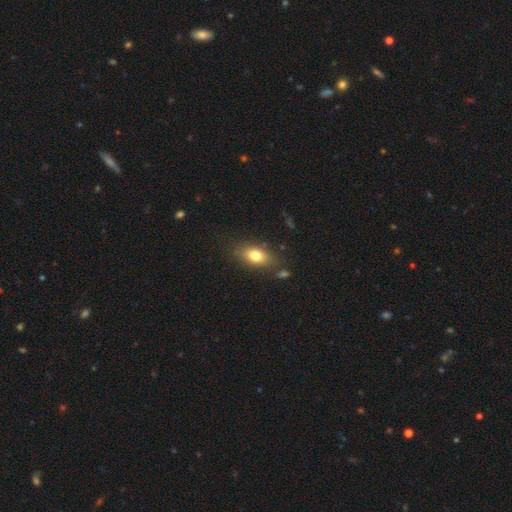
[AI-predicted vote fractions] smooth 78%, featured or disk 14%, star or artifact 8%. Down the decision tree: how rounded — in between (83%); merging — none (77%).